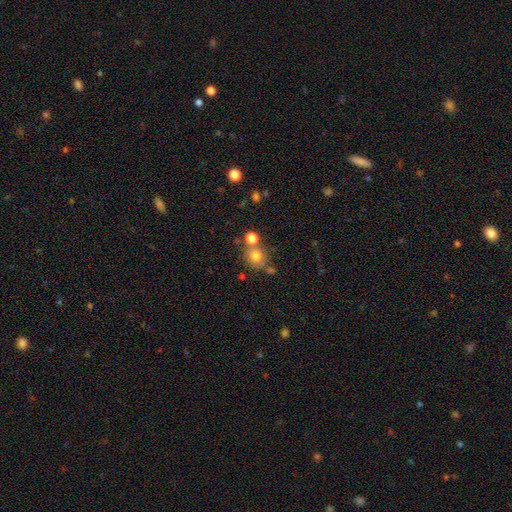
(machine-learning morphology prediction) Smooth or featured? smooth (75%)
How rounded? round (80%)
Merging? none (62%)